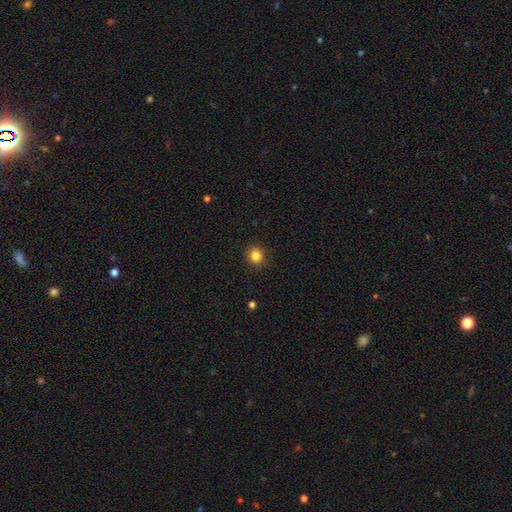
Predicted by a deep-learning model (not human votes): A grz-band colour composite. It shows a smooth galaxy with no disk features (84%) that is round (89%). Merging: none (91%).